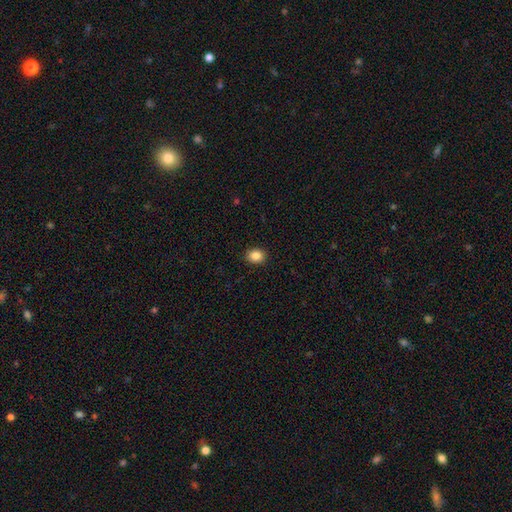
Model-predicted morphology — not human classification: The model was most divided on "how rounded": round: 53%, in between: 46%, cigar-shaped: 1%. More confident: merging — none (90%); smooth or featured — smooth (87%).